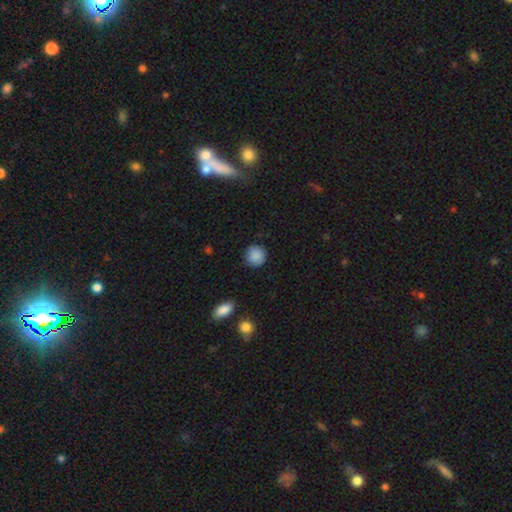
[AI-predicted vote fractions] smooth 88%, star or artifact 8%, featured or disk 4%. Down the decision tree: how rounded — round (91%); merging — none (86%).